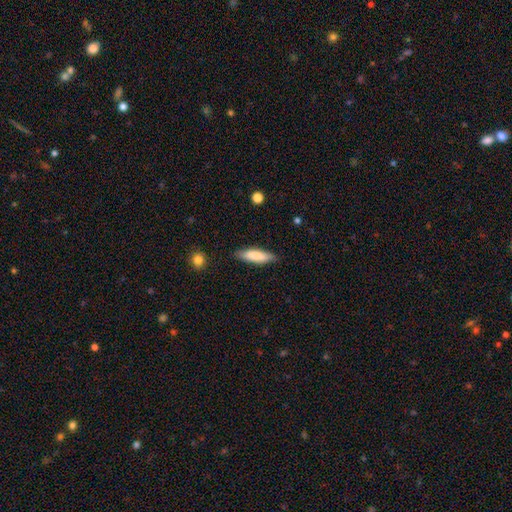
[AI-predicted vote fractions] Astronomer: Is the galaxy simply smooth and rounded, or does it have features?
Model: smooth — 80%.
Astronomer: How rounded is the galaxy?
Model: cigar-shaped — 66%.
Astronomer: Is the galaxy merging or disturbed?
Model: none — 85%.